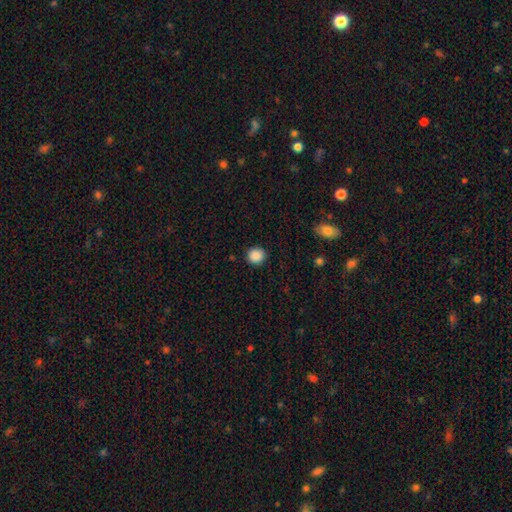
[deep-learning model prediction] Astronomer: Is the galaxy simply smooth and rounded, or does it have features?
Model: smooth — 88%.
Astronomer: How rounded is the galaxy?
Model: round — 88%.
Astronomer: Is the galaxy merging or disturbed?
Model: none — 90%.